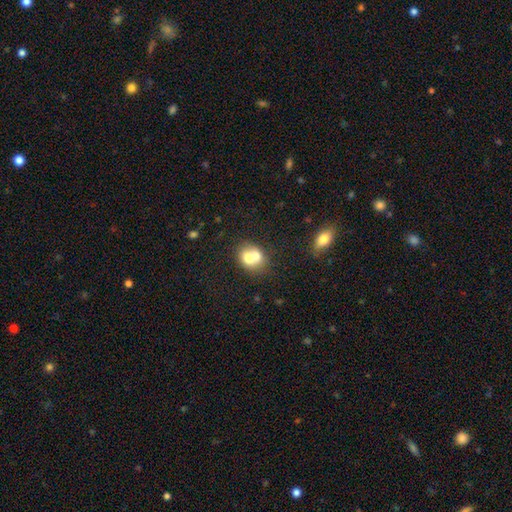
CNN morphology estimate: smooth 66%, featured or disk 25%, star or artifact 9%. Down the decision tree: how rounded — round (56%); merging — merger (62%).